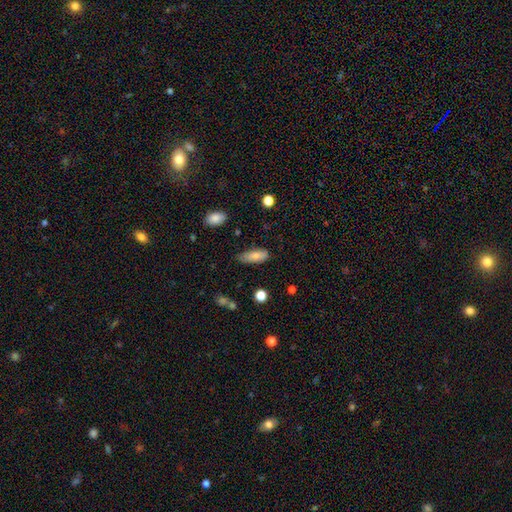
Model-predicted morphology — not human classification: Smooth or featured: smooth — 80% (featured or disk — 13%)
How rounded: in between — 74% (cigar-shaped — 24%)
Merging: none — 63% (minor disturbance — 29%)